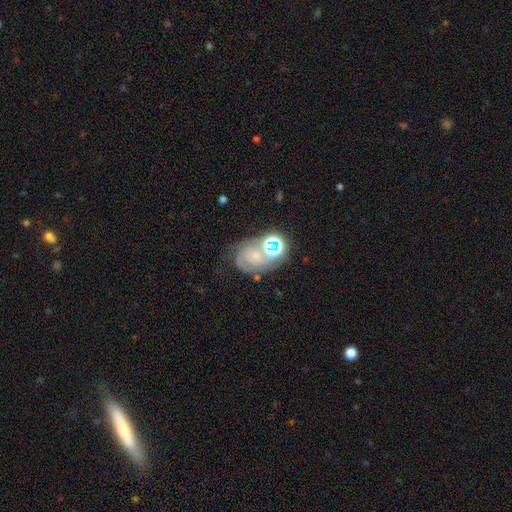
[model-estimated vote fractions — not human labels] Overall: featured or disk (63%). Edge-on disk: no (97%). Bar: no (70%). Spiral arms: yes (89%). Spiral arm count: 2 (53%; can't tell 23%). Spiral winding: tight (52%; medium 36%). Bulge size: small (58%; moderate 25%). Merging: none (47%; merger 20%).